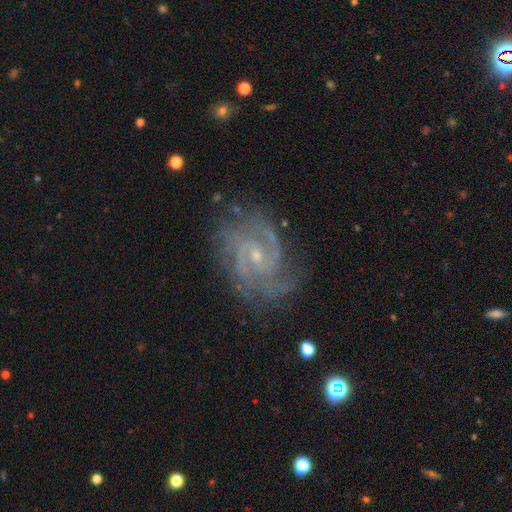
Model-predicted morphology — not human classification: Smooth or featured? Predicted: featured or disk (p=0.90). Edge-on disk? Predicted: no (p=0.98). Bar? Predicted: no (p=0.48). Spiral arms? Predicted: yes (p=0.98). Spiral winding? Predicted: tight (p=0.49). Spiral arm count? Predicted: 2 (p=0.58). Bulge size? Predicted: small (p=0.73). Merging? Predicted: none (p=0.75).